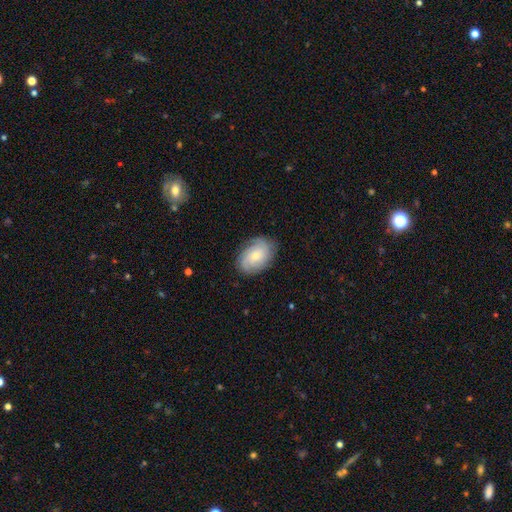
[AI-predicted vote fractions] featured or disk 62%, smooth 31%, star or artifact 7%. Down the decision tree: edge-on disk — no (96%); bar — no (77%); spiral arms — yes (91%); spiral arm count — can't tell (35%); spiral winding — tight (58%); bulge size — small (63%); merging — none (81%).